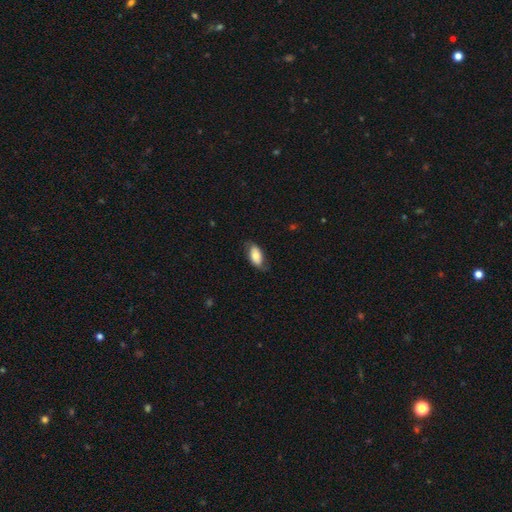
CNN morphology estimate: Smooth or featured?
  - smooth: 74% *
  - featured or disk: 20%
  - star or artifact: 6%
How rounded?
  - in between: 92% *
  - cigar-shaped: 5%
  - round: 3%
Merging?
  - none: 67% *
  - minor disturbance: 25%
  - major disturbance: 7%
  - merger: 1%